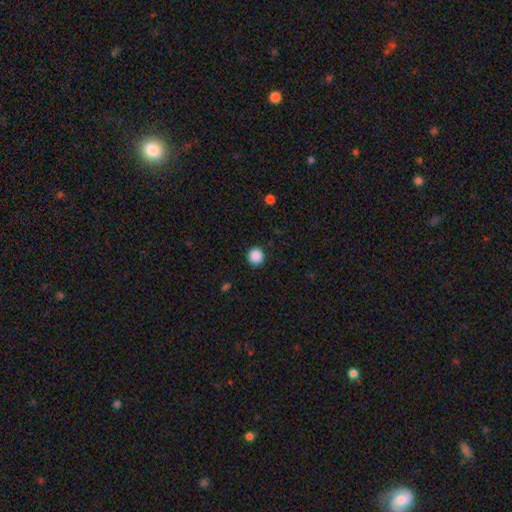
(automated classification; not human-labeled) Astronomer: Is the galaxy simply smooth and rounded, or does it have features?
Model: smooth — 88%.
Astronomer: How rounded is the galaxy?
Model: round — 93%.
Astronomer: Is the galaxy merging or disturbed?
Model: none — 90%.